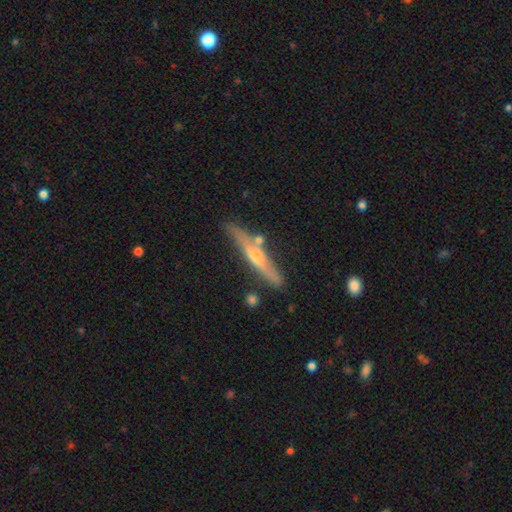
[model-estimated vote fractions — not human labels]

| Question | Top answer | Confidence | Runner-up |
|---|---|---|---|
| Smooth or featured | featured or disk | 59% | smooth (35%) |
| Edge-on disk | yes | 93% | no (7%) |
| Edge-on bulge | rounded | 72% | none (20%) |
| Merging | none | 76% | minor disturbance (14%) |